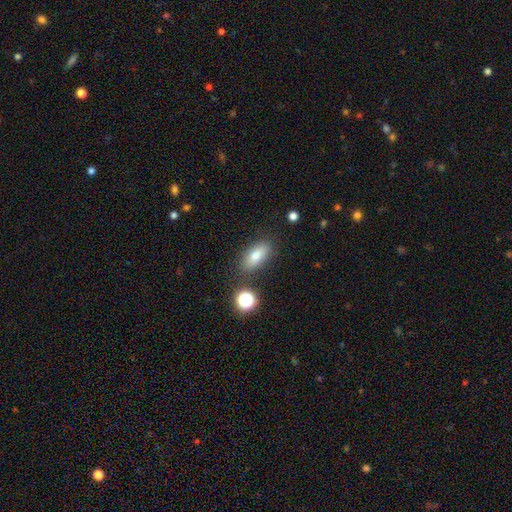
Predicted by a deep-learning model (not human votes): Morphology: type=smooth (77%); roundness=in between (81%); merging=none (82%).